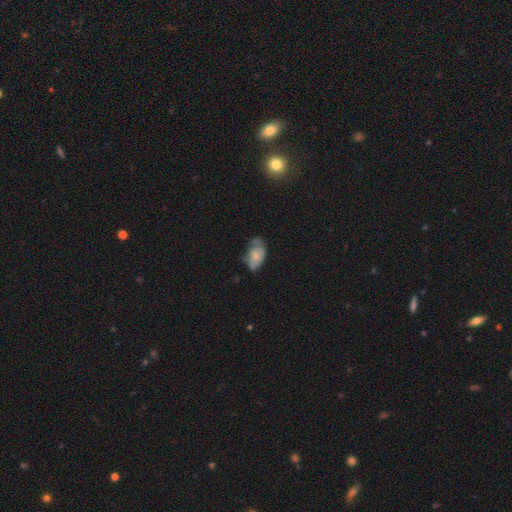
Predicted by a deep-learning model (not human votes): Smooth or featured? Predicted: smooth (p=0.61). How rounded? Predicted: in between (p=0.92). Merging? Predicted: minor disturbance (p=0.39).